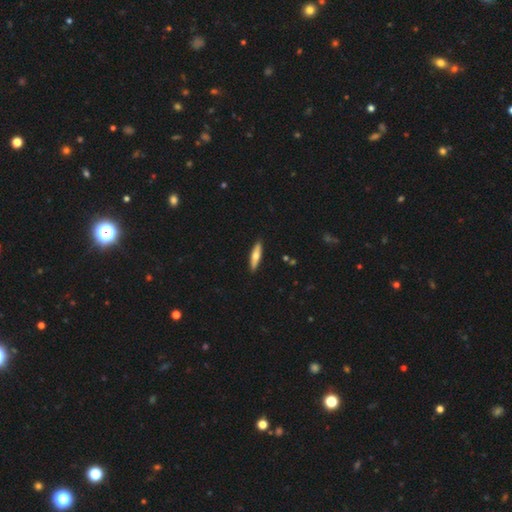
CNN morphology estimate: smooth 57%, featured or disk 38%, star or artifact 5%. Down the decision tree: how rounded — cigar-shaped (77%); merging — none (90%).